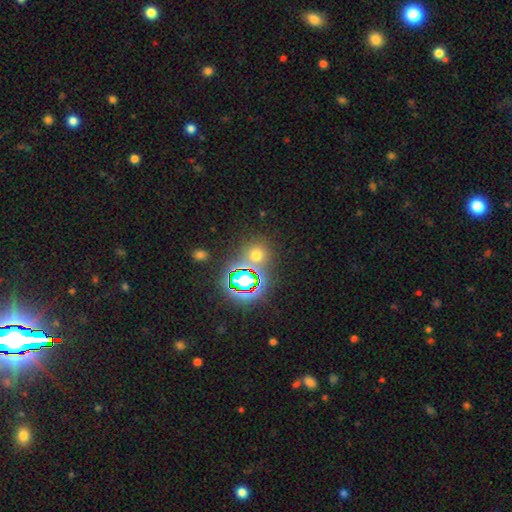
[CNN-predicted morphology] smooth 52%, star or artifact 40%, featured or disk 8%. Down the decision tree: how rounded — round (87%); merging — none (75%).